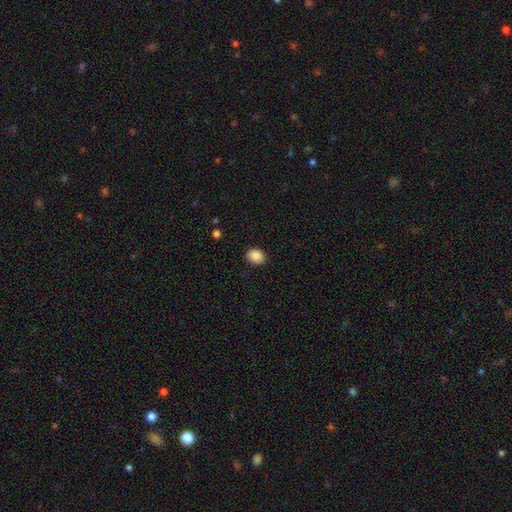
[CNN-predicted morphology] A smooth galaxy with no disk features (87%) that is in between round and cigar-shaped (53%).

Vote fractions:
- Smooth or featured? smooth: 87% / star or artifact: 8% / featured or disk: 4%
- How rounded? in between: 53% / round: 47% / cigar-shaped: 1%
- Merging? none: 89% / minor disturbance: 8% / major disturbance: 2% / merger: 1%